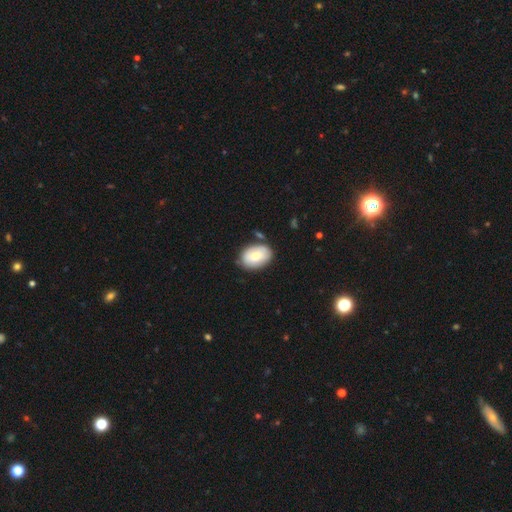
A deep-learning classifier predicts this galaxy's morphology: Smooth or featured? Predicted: smooth (p=0.74). How rounded? Predicted: in between (p=0.85). Merging? Predicted: none (p=0.77).